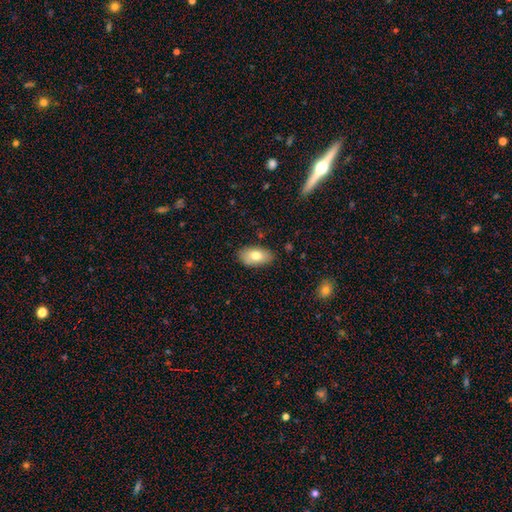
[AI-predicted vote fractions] Smooth or featured: smooth — 75% (featured or disk — 18%)
How rounded: in between — 93% (round — 4%)
Merging: none — 84% (minor disturbance — 12%)